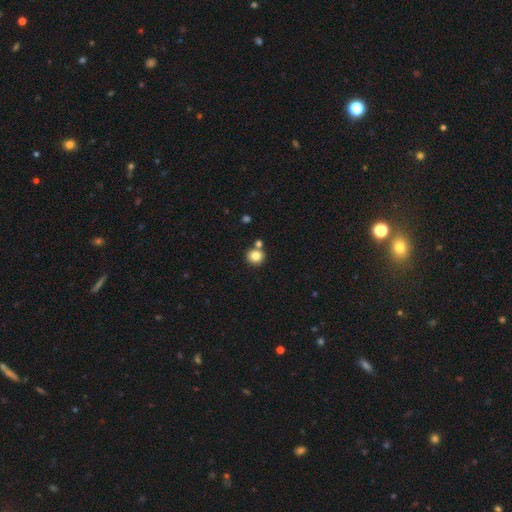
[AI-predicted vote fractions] Morphology: type=smooth (82%); roundness=round (88%); merging=none (70%).